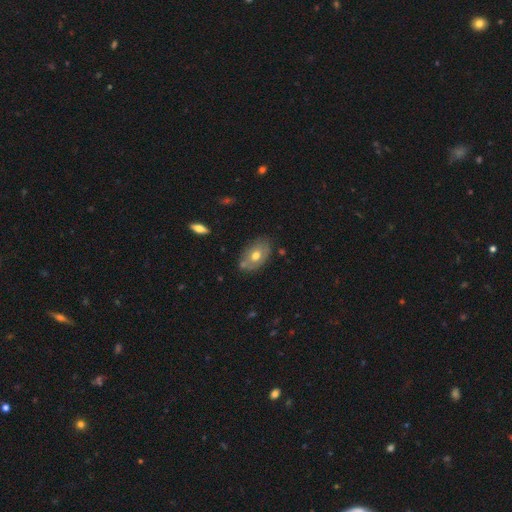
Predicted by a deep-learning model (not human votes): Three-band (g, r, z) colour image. It shows a smooth galaxy with no disk features (56%) that is in between round and cigar-shaped (87%). Merging: none (69%).